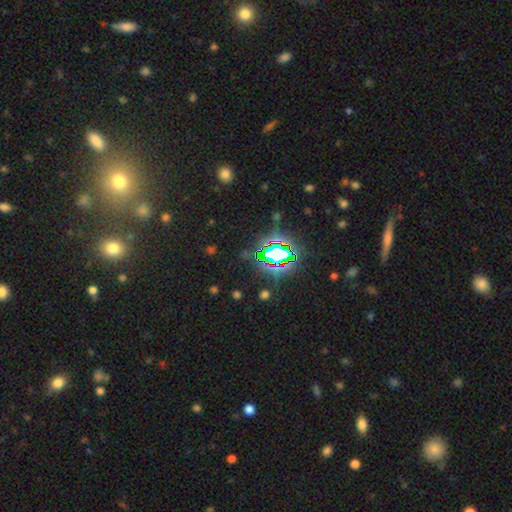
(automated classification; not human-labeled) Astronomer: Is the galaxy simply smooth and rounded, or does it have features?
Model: star or artifact — 75%.